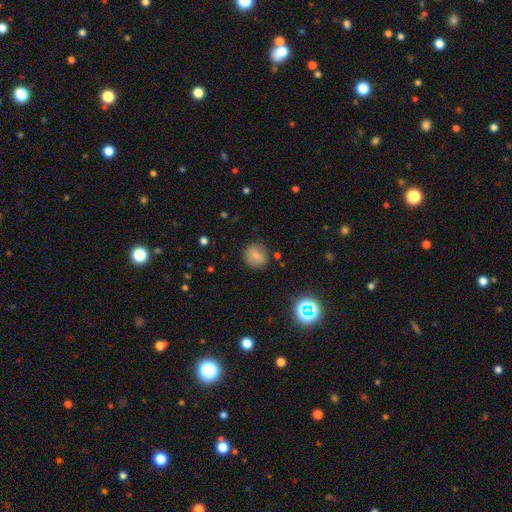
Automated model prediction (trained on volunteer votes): smooth_or_featured: smooth (p=0.73) [alt: featured or disk p=0.15]
how_rounded: round (p=0.90) [alt: in between p=0.09]
merging: none (p=0.86) [alt: minor disturbance p=0.10]